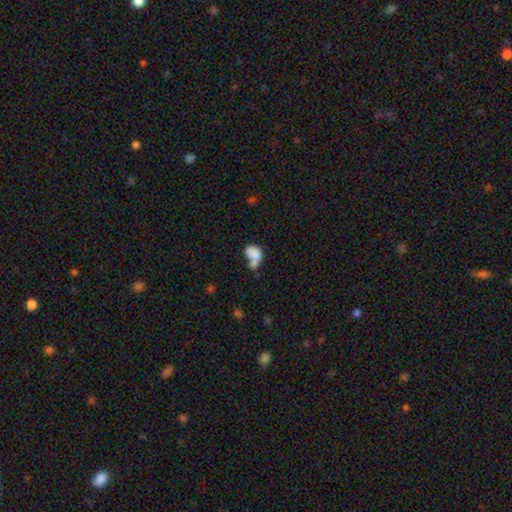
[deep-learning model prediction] Smooth or featured?
  - smooth: 77% *
  - featured or disk: 14%
  - star or artifact: 9%
How rounded?
  - in between: 74% *
  - round: 25%
  - cigar-shaped: 2%
Merging?
  - merger: 56% *
  - none: 20%
  - minor disturbance: 12%
  - major disturbance: 12%